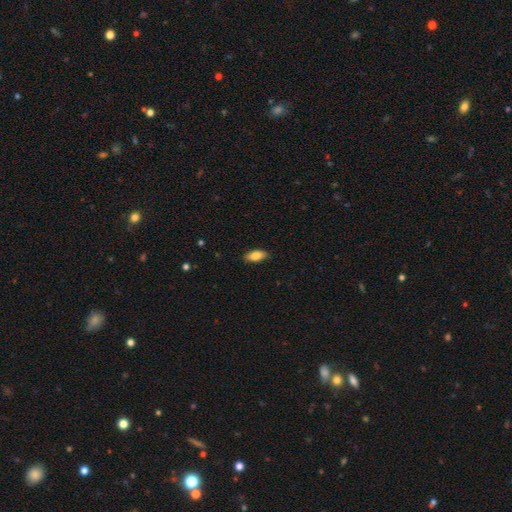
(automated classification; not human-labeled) Smooth or featured? Predicted: smooth (p=0.83). How rounded? Predicted: in between (p=0.86). Merging? Predicted: none (p=0.87).